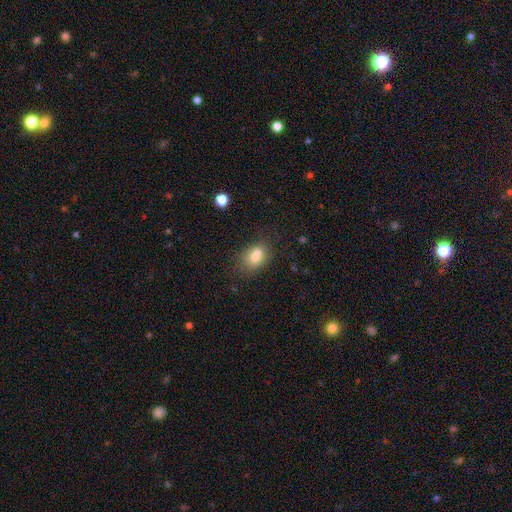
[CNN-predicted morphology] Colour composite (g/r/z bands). It shows a smooth galaxy with no disk features (70%) that is in between round and cigar-shaped (60%). Merging: merger (42%).